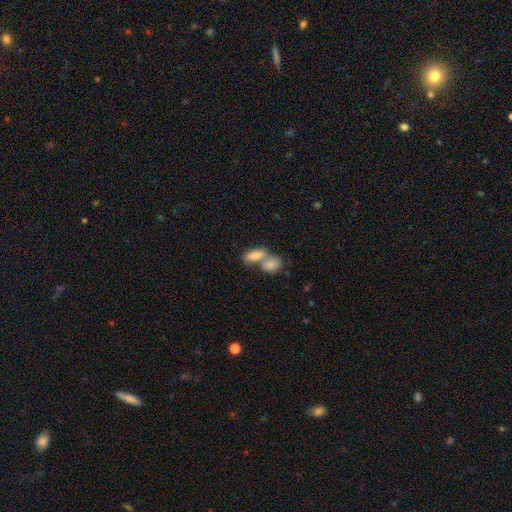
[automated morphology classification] smooth 80%, featured or disk 13%, star or artifact 7%. Down the decision tree: how rounded — in between (82%); merging — merger (61%).